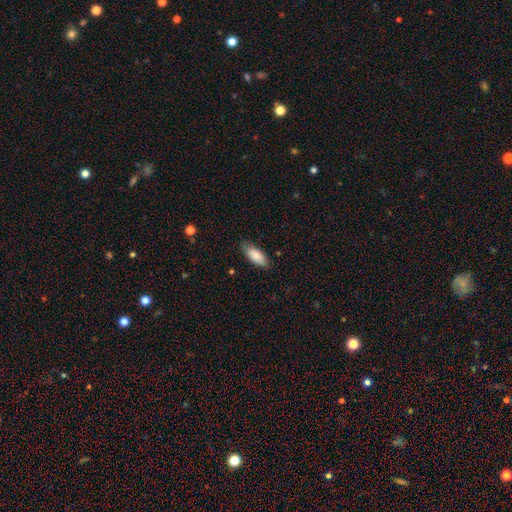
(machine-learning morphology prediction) Q: Smooth or featured?
A: smooth (85%); runner-up: featured or disk (9%)
Q: How rounded?
A: in between (83%); runner-up: cigar-shaped (15%)
Q: Merging?
A: none (79%); runner-up: minor disturbance (17%)